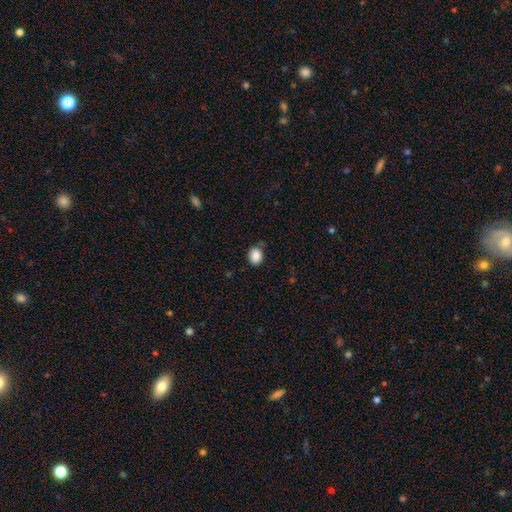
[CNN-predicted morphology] Smooth or featured? Predicted: smooth (p=0.88). How rounded? Predicted: in between (p=0.60). Merging? Predicted: none (p=0.76).